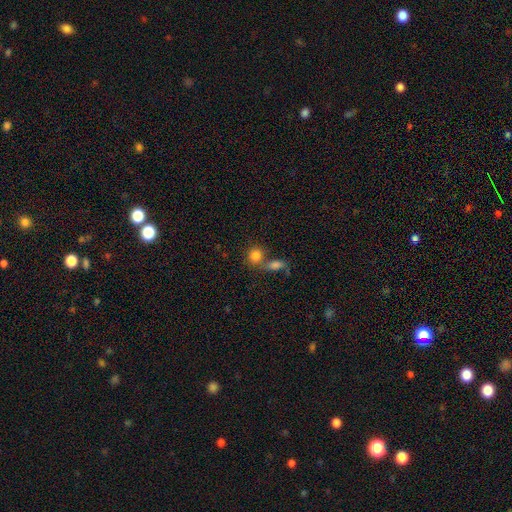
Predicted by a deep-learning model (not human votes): smooth 82%, star or artifact 10%, featured or disk 8%. Down the decision tree: how rounded — round (73%); merging — none (44%).